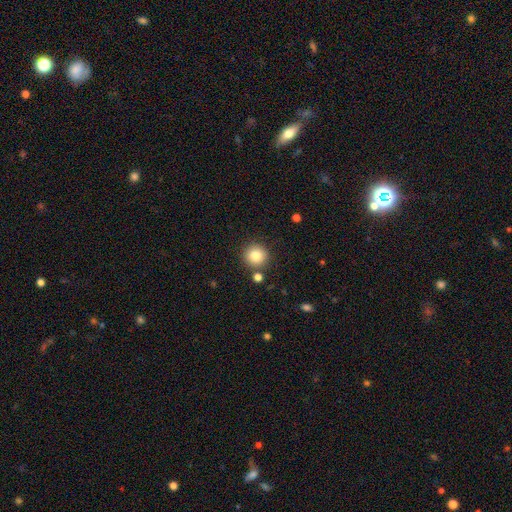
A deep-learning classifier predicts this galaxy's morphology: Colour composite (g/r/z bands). It shows a smooth galaxy with no disk features (82%) that is round (94%). Merging: none (85%).